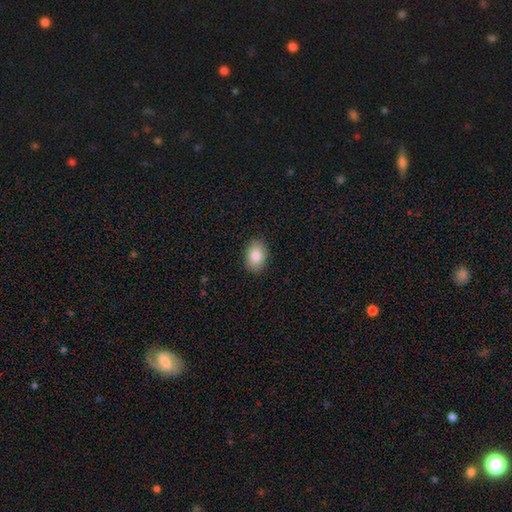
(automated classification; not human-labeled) Smooth or featured: smooth — 85% (star or artifact — 7%)
How rounded: in between — 82% (round — 17%)
Merging: none — 88% (minor disturbance — 9%)